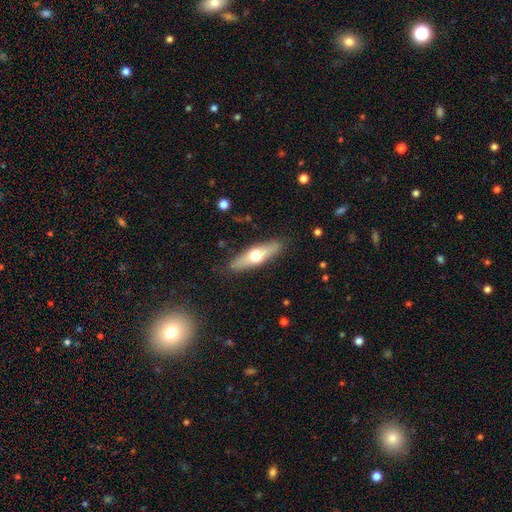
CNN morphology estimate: Q: Smooth or featured?
A: featured or disk (47%); tied with: smooth (47%)
Q: Merging?
A: none (87%); runner-up: minor disturbance (9%)